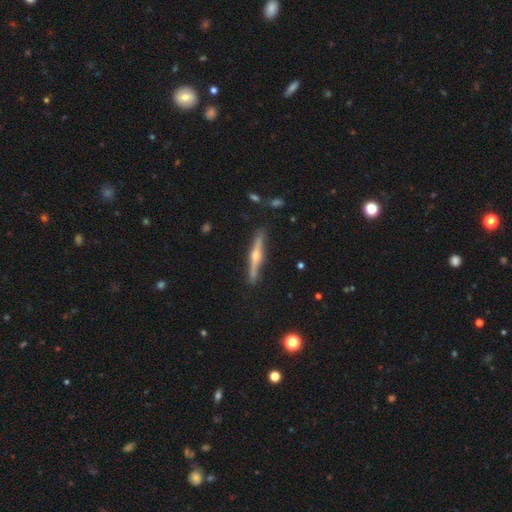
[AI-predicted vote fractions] Smooth or featured? featured or disk (76%)
Edge-on disk? yes (98%)
Edge-on bulge? rounded (92%)
Merging? none (88%)